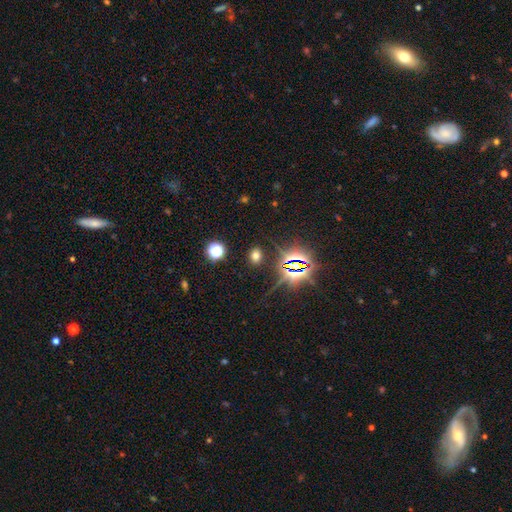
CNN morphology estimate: smooth-or-featured: smooth: 60% | star or artifact: 32% | featured or disk: 8%
  how-rounded: in between: 58% | round: 40% | cigar-shaped: 2%
  merging: none: 87% | minor disturbance: 8% | major disturbance: 3% | merger: 2%